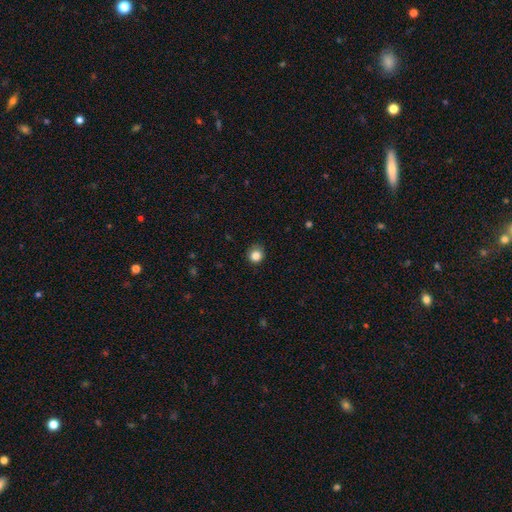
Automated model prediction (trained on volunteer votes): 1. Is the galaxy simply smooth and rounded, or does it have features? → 84% smooth, 11% star or artifact, 5% featured or disk.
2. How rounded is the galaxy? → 87% round, 12% in between, 1% cigar-shaped.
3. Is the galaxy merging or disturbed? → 82% none, 14% minor disturbance, 3% major disturbance, 1% merger.